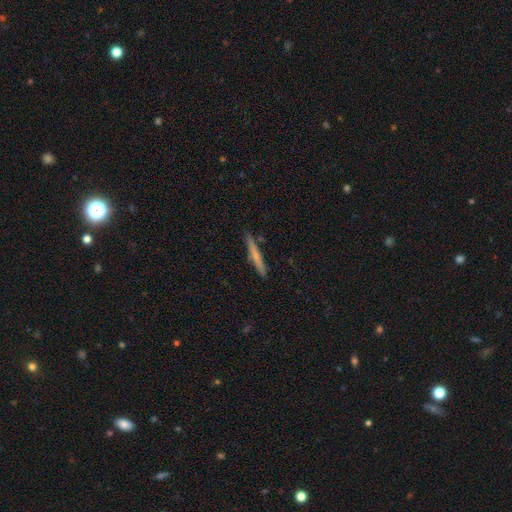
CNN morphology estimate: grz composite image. It shows a smooth galaxy with no disk features (52%) that is cigar-shaped (95%). Merging: none (87%).